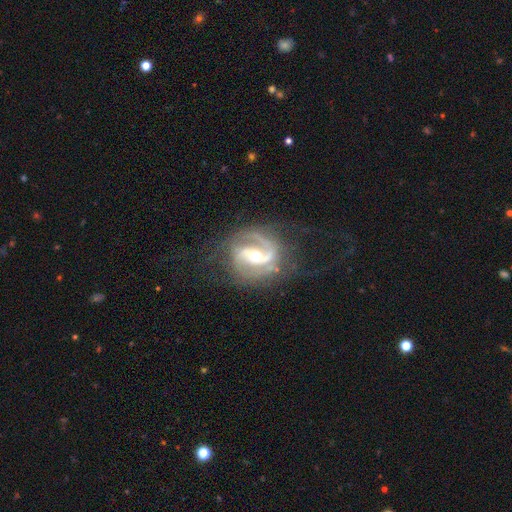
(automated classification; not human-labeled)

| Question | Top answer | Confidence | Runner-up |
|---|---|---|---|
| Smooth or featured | featured or disk | 90% | star or artifact (5%) |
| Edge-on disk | no | 97% | yes (3%) |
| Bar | strong | 40% | weak (38%) |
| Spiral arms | yes | 97% | no (3%) |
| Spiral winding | medium | 52% | tight (28%) |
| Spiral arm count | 2 | 79% | 1 (6%) |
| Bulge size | moderate | 54% | small (41%) |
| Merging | none | 66% | minor disturbance (18%) |